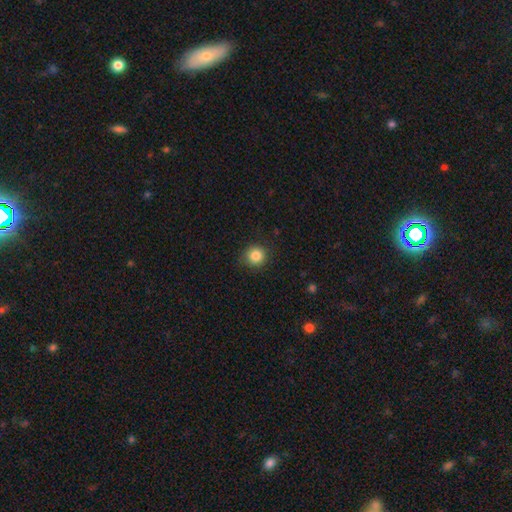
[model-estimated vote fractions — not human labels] This is clearly a smooth galaxy (85%). How rounded: clearly round (92%). Merging: clearly none (87%).